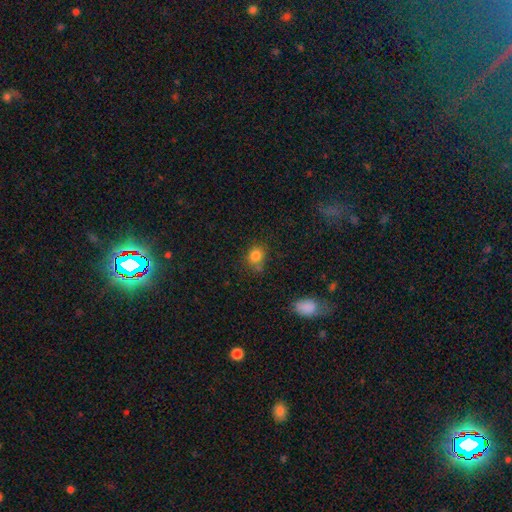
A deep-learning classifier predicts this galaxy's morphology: Overall: smooth (82%). How rounded: round (67%; in between 31%). Merging: none (64%).